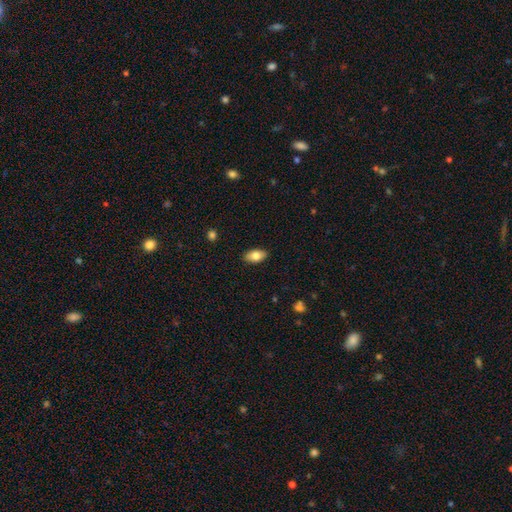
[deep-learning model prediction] This is likely a smooth galaxy (80%). How rounded: clearly in between (92%). Merging: clearly none (88%).